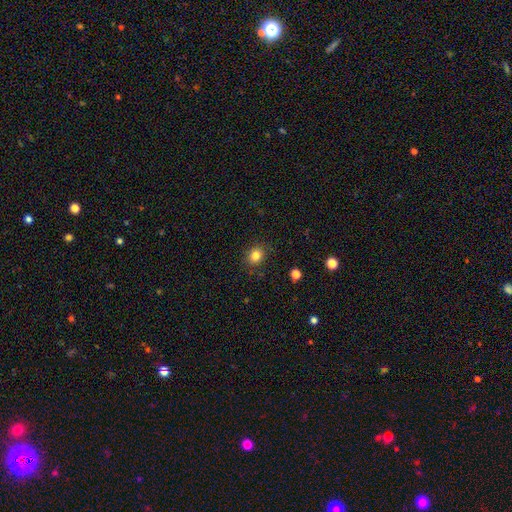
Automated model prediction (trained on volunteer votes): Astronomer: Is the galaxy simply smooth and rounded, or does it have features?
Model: smooth — 82%.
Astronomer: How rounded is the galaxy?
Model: round — 68%.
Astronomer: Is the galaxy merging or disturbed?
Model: none — 85%.